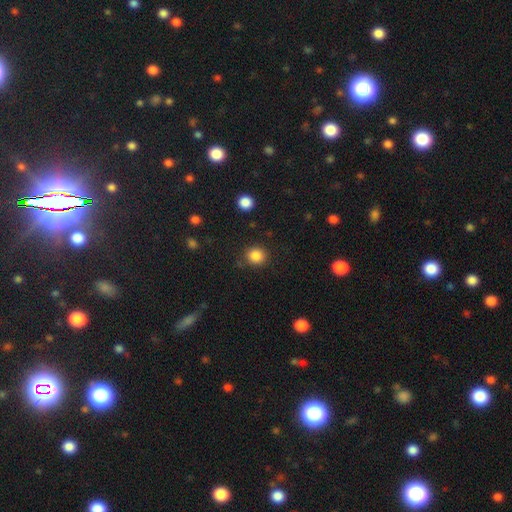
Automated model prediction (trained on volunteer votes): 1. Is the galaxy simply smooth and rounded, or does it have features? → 86% smooth, 10% star or artifact, 4% featured or disk.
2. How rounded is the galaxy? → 87% round, 12% in between, 1% cigar-shaped.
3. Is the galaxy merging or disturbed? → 84% none, 10% minor disturbance, 4% major disturbance, 2% merger.